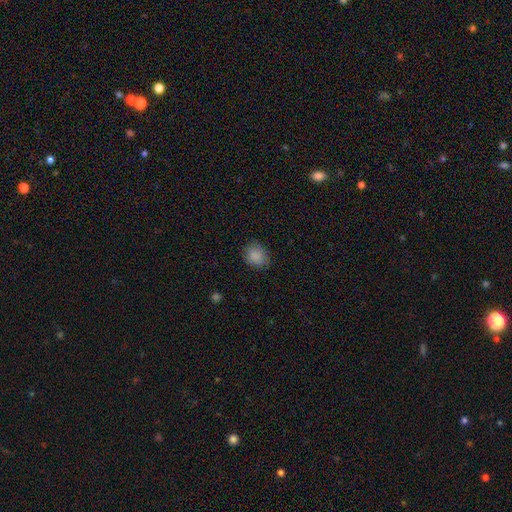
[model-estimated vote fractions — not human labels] smooth 87%, star or artifact 9%, featured or disk 4%. Down the decision tree: how rounded — round (52%); merging — none (81%).